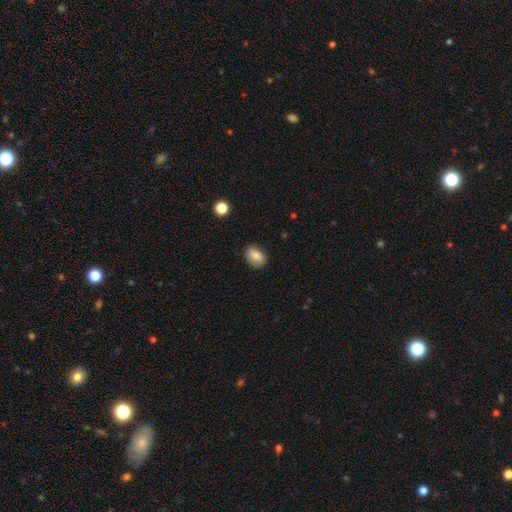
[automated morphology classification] Smooth or featured: smooth — 82% (featured or disk — 10%)
How rounded: in between — 79% (round — 20%)
Merging: none — 79% (minor disturbance — 17%)